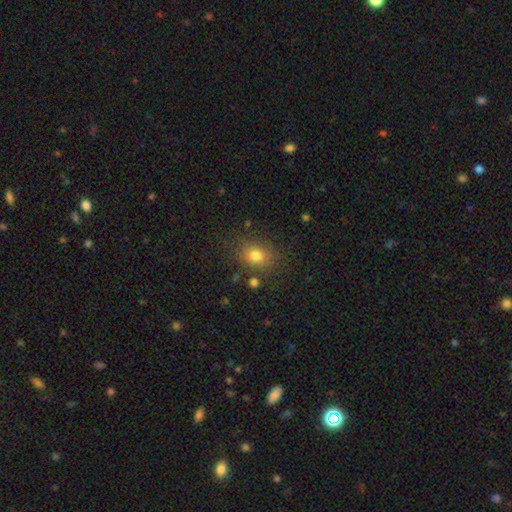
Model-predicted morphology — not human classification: Q: Smooth or featured?
A: smooth (79%); runner-up: star or artifact (13%)
Q: How rounded?
A: in between (51%); runner-up: round (48%)
Q: Merging?
A: none (80%); runner-up: minor disturbance (12%)